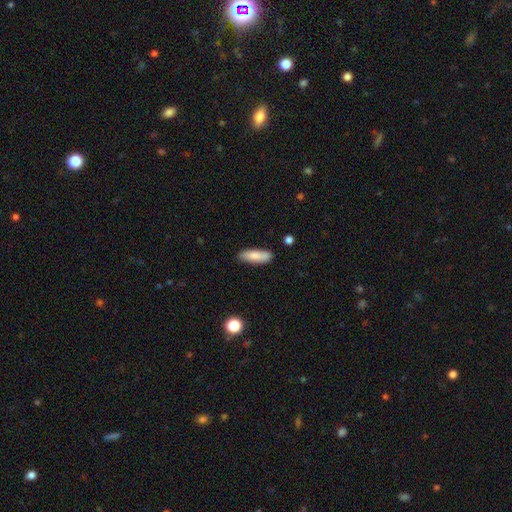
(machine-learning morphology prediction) smooth 82%, featured or disk 11%, star or artifact 6%. Down the decision tree: how rounded — cigar-shaped (51%); merging — none (82%).